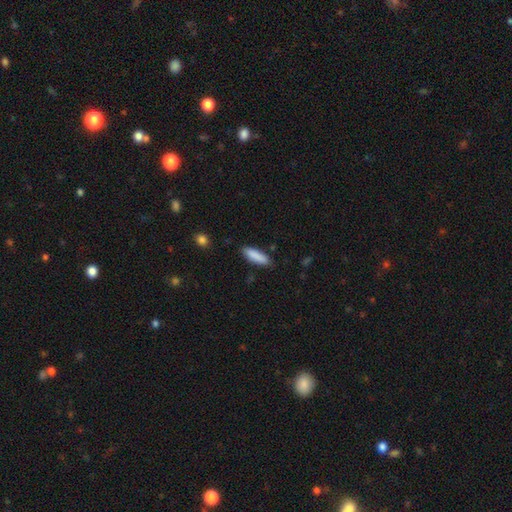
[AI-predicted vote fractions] Smooth or featured?
  - smooth: 88% *
  - star or artifact: 6%
  - featured or disk: 6%
How rounded?
  - cigar-shaped: 54% *
  - in between: 45%
  - round: 1%
Merging?
  - none: 86% *
  - minor disturbance: 11%
  - major disturbance: 2%
  - merger: 2%